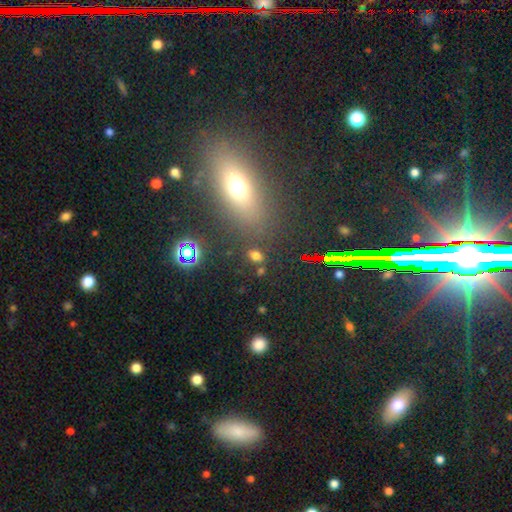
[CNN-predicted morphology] smooth-or-featured: smooth: 68% | star or artifact: 25% | featured or disk: 7%
  how-rounded: in between: 74% | round: 23% | cigar-shaped: 3%
  merging: none: 78% | minor disturbance: 10% | merger: 7% | major disturbance: 4%